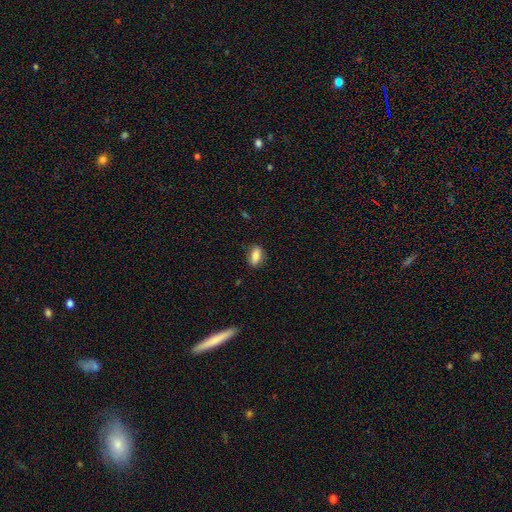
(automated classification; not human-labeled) The model was most divided on "smooth or featured": smooth: 81%, featured or disk: 12%, star or artifact: 8%. More confident: how rounded — in between (85%); merging — none (83%).